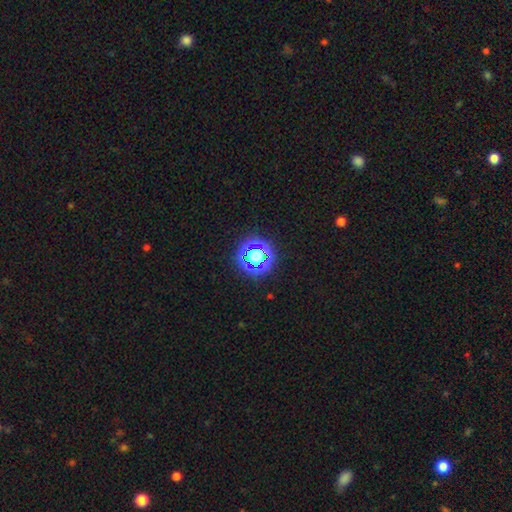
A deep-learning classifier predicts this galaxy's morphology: type=star or artifact (55%).